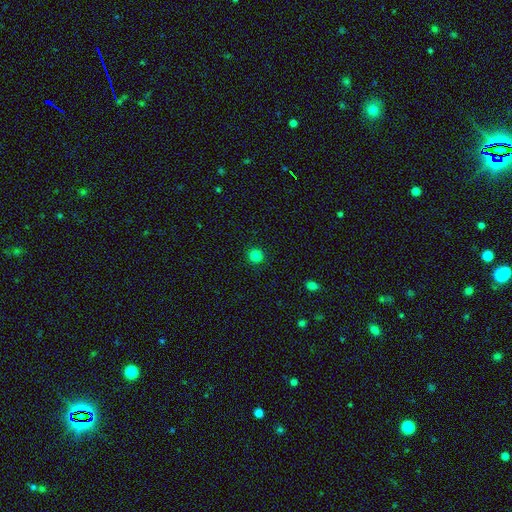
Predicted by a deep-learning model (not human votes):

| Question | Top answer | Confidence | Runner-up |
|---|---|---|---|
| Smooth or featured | smooth | 84% | star or artifact (13%) |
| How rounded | round | 95% | in between (4%) |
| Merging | none | 93% | minor disturbance (5%) |